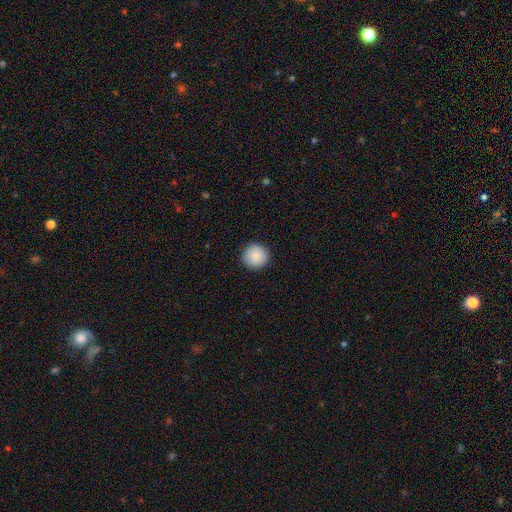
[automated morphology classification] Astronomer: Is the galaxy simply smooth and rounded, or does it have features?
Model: smooth — 89%.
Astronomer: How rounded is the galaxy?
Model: round — 95%.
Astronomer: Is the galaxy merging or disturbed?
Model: none — 92%.